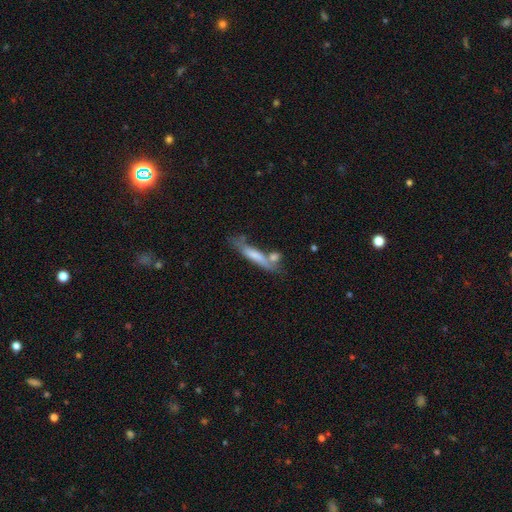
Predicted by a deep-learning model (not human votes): smooth 62%, featured or disk 30%, star or artifact 7%. Down the decision tree: how rounded — cigar-shaped (85%); merging — none (48%).